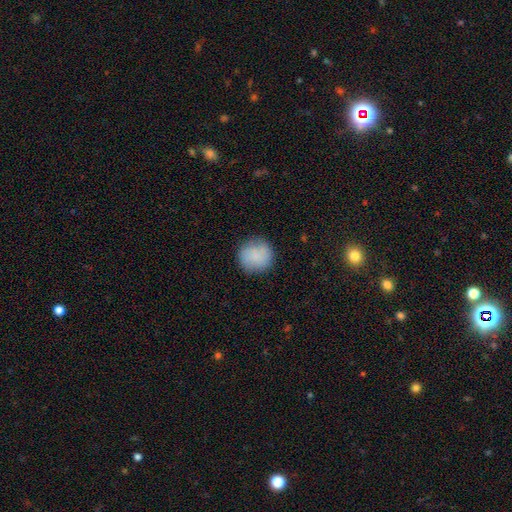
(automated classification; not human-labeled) This is clearly a smooth galaxy (84%). How rounded: clearly round (91%). Merging: clearly none (83%).